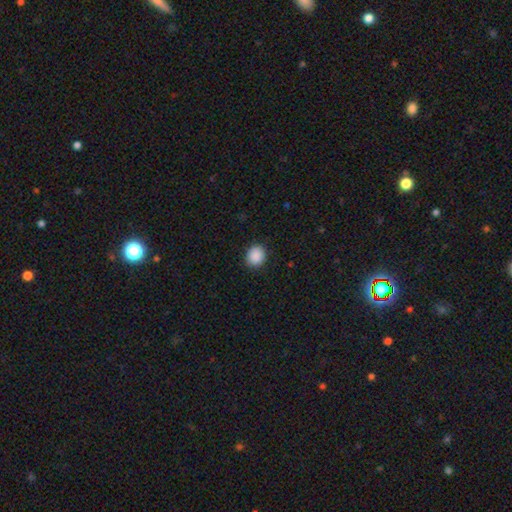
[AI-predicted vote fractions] smooth 90%, star or artifact 8%, featured or disk 2%. Down the decision tree: how rounded — round (71%); merging — none (89%).